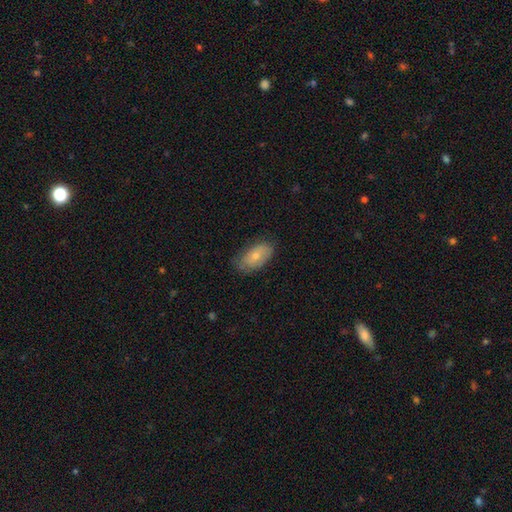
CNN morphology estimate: Smooth or featured?
  - smooth: 69% *
  - featured or disk: 25%
  - star or artifact: 6%
How rounded?
  - in between: 93% *
  - round: 5%
  - cigar-shaped: 3%
Merging?
  - none: 71% *
  - minor disturbance: 23%
  - major disturbance: 5%
  - merger: 1%